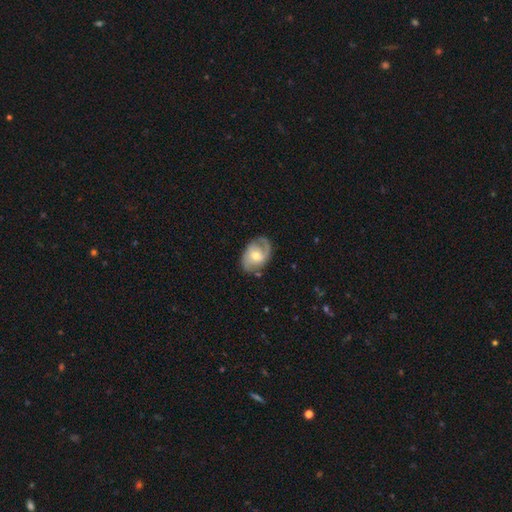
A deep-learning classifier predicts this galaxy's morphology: Smooth or featured? featured or disk (72%)
Edge-on disk? no (96%)
Bar? no (47%)
Spiral arms? yes (88%)
Spiral winding? medium (47%)
Spiral arm count? 2 (76%)
Bulge size? moderate (56%)
Merging? none (70%)